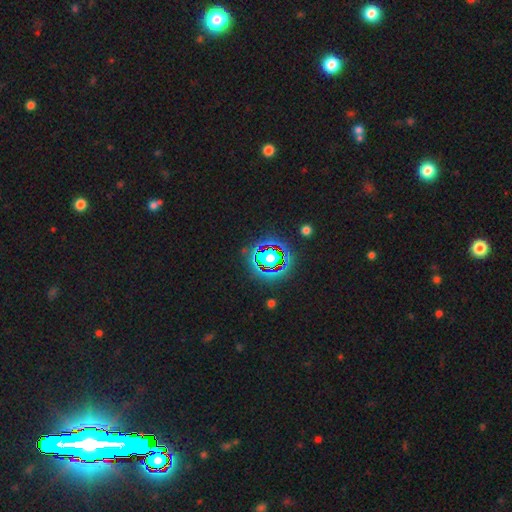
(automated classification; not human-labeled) Q: Smooth or featured?
A: star or artifact (79%); runner-up: smooth (12%)